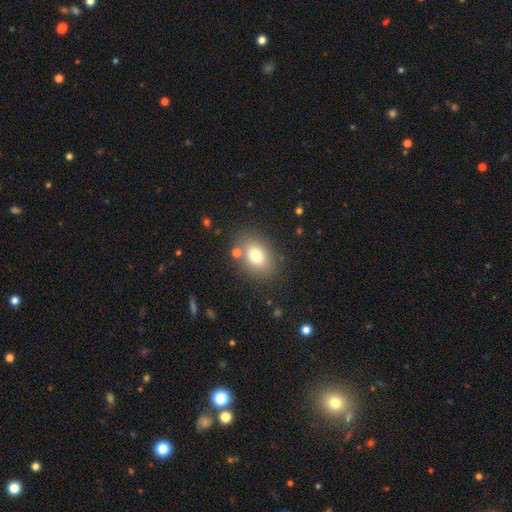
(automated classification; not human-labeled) Smooth or featured? smooth (75%)
How rounded? in between (69%)
Merging? none (79%)